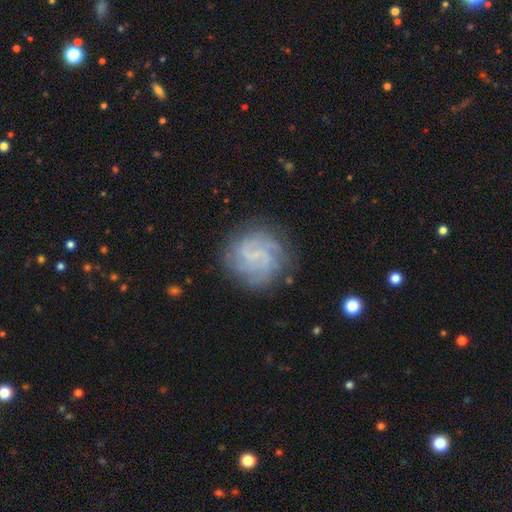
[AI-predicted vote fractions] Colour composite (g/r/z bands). It shows a featured or disk galaxy (73%) with no bar (53%), tight (49%) spiral arms (91%) and no central bulge (49%). Merging: none (77%).